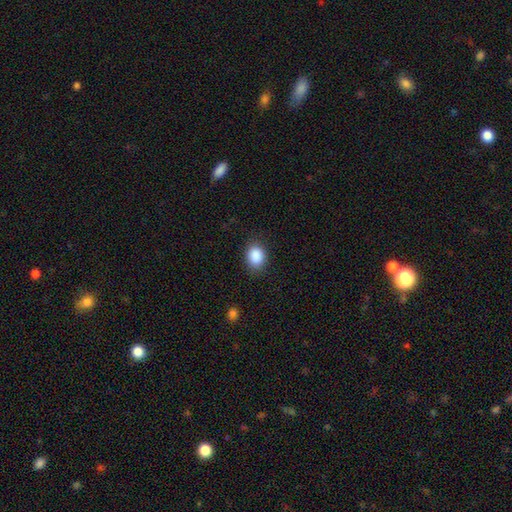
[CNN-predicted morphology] This appears to be a smooth galaxy with no disk features (89%) that is in between round and cigar-shaped (59%). Merging: none (84%).